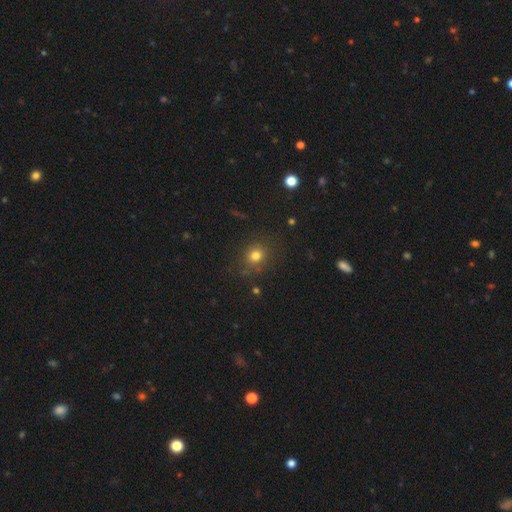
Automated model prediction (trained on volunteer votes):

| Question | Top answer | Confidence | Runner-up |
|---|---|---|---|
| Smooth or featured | smooth | 77% | star or artifact (16%) |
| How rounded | round | 80% | in between (19%) |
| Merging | none | 82% | minor disturbance (11%) |